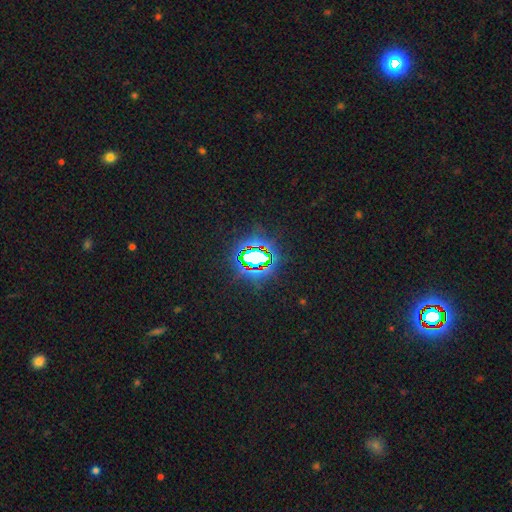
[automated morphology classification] Smooth or featured?
  - star or artifact: 75% *
  - smooth: 15%
  - featured or disk: 10%